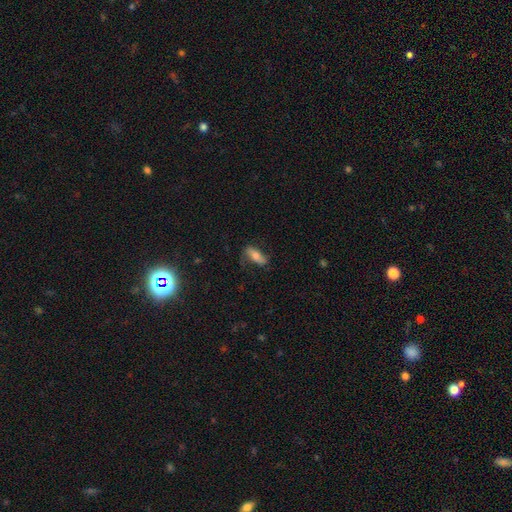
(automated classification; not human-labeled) This appears to be a smooth galaxy with no disk features (54%) that is in between round and cigar-shaped (68%). Merging: none (67%).